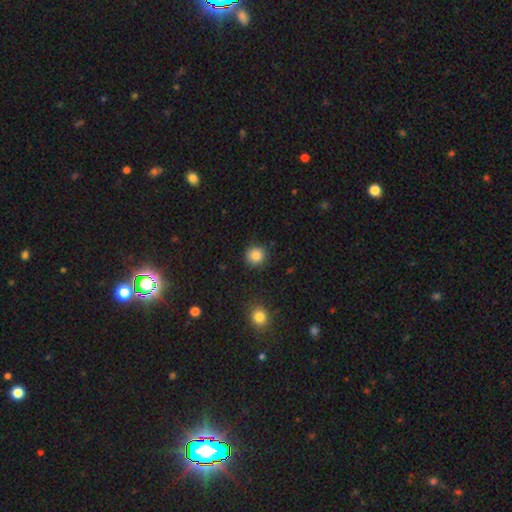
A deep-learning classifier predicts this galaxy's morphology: This appears to be a smooth galaxy with no disk features (85%) that is round (93%). Merging: none (90%).